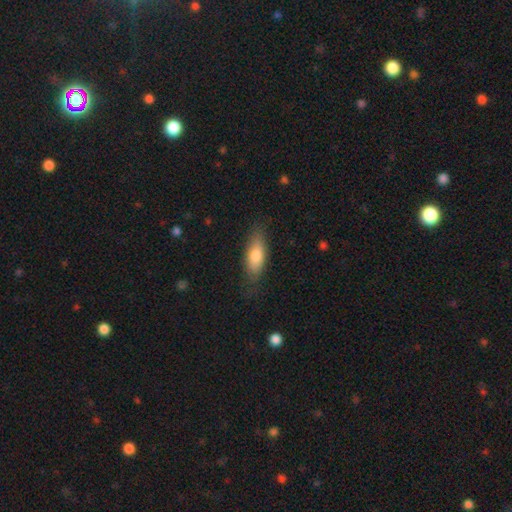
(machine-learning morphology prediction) smooth_or_featured: smooth (p=0.77) [alt: featured or disk p=0.17]
how_rounded: in between (p=0.70) [alt: cigar-shaped p=0.28]
merging: none (p=0.77) [alt: minor disturbance p=0.17]